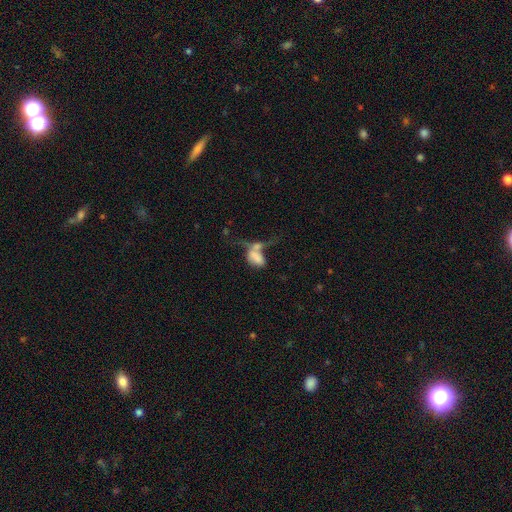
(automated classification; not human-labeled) A smooth galaxy with no disk features (65%) that is in between round and cigar-shaped (86%). Merging: merger (52%).